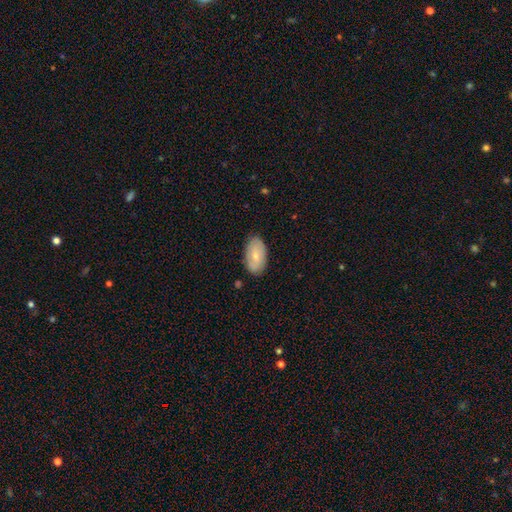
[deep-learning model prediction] A smooth galaxy with no disk features (69%) that is in between round and cigar-shaped (95%).

Vote fractions:
- Smooth or featured? smooth: 69% / featured or disk: 25% / star or artifact: 6%
- How rounded? in between: 95% / round: 4% / cigar-shaped: 2%
- Merging? none: 84% / minor disturbance: 13% / major disturbance: 2% / merger: 1%